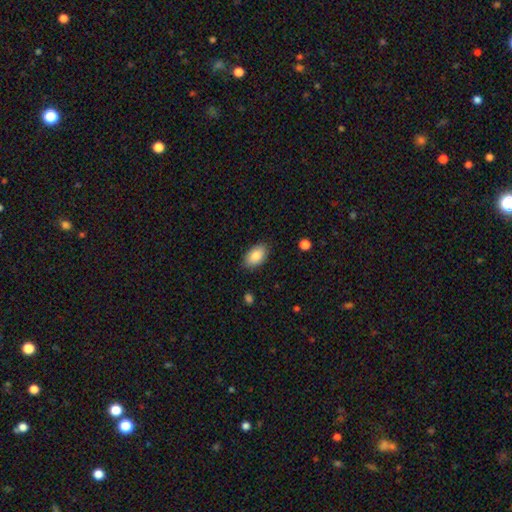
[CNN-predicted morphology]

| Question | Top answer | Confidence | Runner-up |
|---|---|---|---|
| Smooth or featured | smooth | 86% | featured or disk (7%) |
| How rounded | in between | 93% | round (6%) |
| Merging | none | 85% | minor disturbance (12%) |